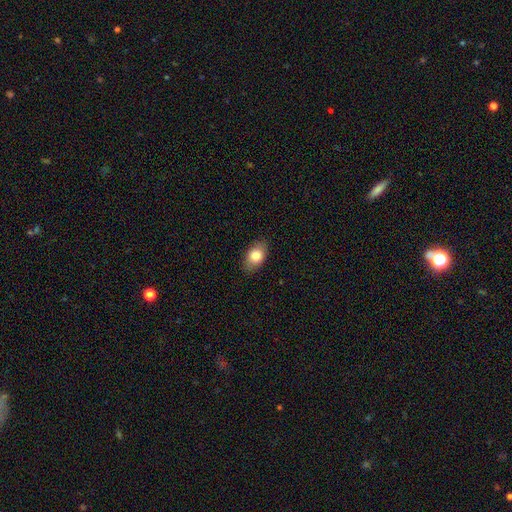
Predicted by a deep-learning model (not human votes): This appears to be a smooth galaxy with no disk features (82%) that is in between round and cigar-shaped (88%). Merging: none (86%).